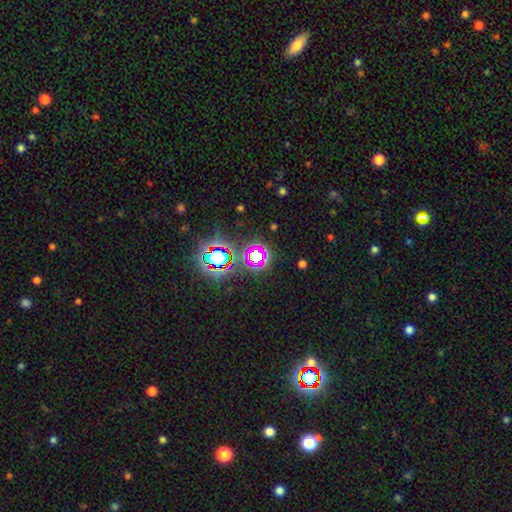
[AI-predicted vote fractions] star or artifact 69%, smooth 19%, featured or disk 12%.